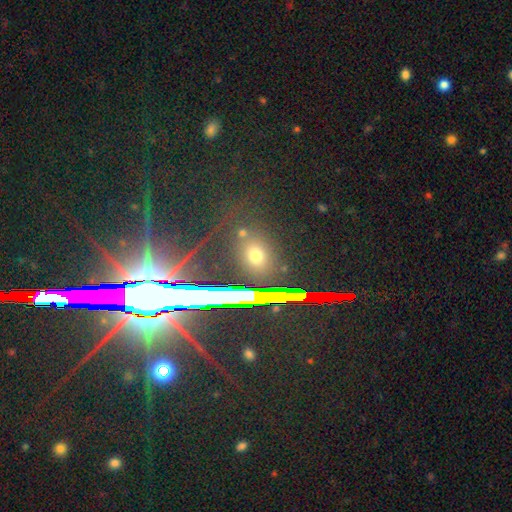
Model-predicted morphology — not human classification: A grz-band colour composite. It shows a smooth galaxy with no disk features (56%) that is in between round and cigar-shaped (49%). Merging: none (83%).